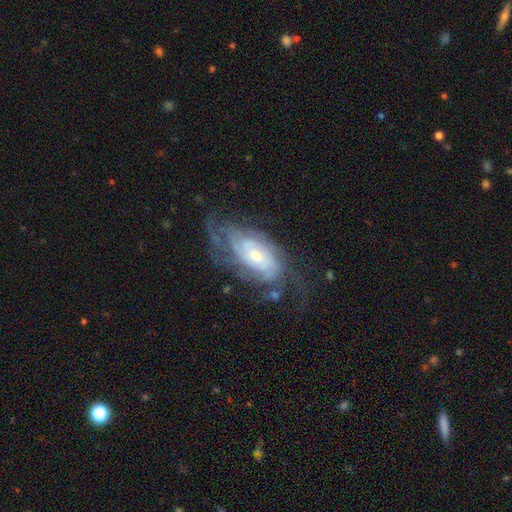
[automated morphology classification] The model was most divided on "bulge size": moderate: 52%, small: 35%, large: 9%, none: 2%, dominant: 1%. Remaining: edge-on disk — no (93%); spiral arms — yes (90%); smooth or featured — featured or disk (79%); bar — no (66%); spiral winding — tight (56%); merging — none (53%); spiral arm count — can't tell (49%).